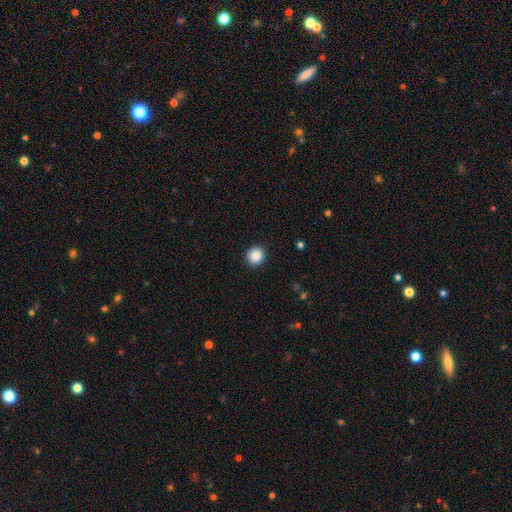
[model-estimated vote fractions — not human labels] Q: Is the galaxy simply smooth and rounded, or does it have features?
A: smooth — 87%.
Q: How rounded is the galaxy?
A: round — 83%.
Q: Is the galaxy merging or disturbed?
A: none — 92%.